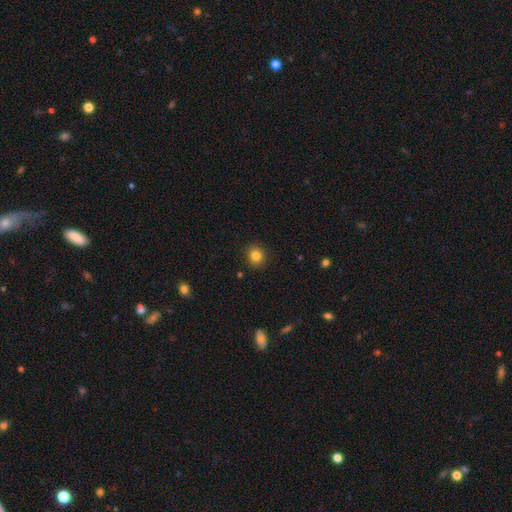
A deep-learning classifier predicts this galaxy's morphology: Smooth or featured: smooth — 82% (star or artifact — 12%)
How rounded: round — 86% (in between — 13%)
Merging: none — 91% (minor disturbance — 6%)